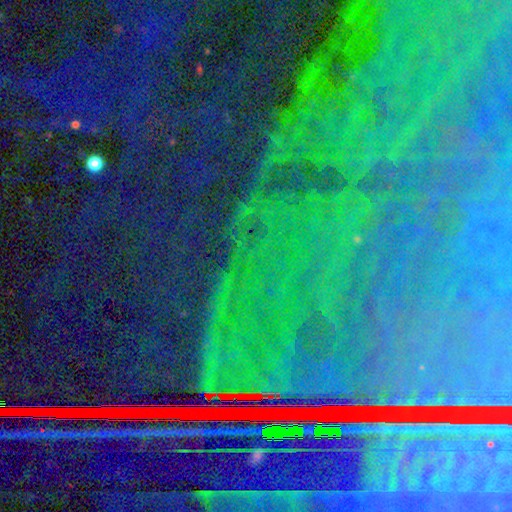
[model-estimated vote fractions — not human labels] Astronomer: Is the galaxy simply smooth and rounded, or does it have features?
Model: star or artifact — 86%.